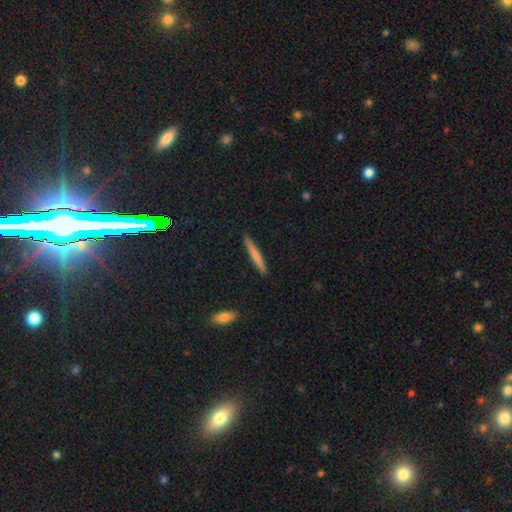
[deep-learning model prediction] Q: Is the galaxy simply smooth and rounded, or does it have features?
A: smooth — 71%.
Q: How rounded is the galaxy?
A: cigar-shaped — 96%.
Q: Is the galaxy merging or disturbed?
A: none — 91%.